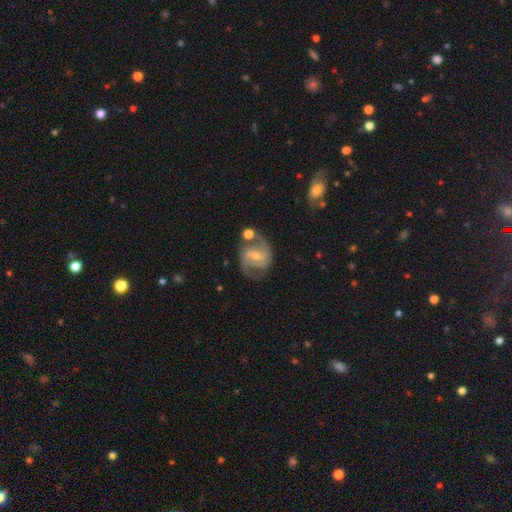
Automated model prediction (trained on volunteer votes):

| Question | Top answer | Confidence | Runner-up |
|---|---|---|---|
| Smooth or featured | featured or disk | 87% | smooth (7%) |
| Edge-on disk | no | 98% | yes (2%) |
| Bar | weak | 48% | strong (29%) |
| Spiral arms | yes | 96% | no (4%) |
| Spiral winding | medium | 57% | tight (23%) |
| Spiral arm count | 2 | 88% | can't tell (4%) |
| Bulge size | small | 54% | moderate (41%) |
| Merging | none | 70% | minor disturbance (15%) |